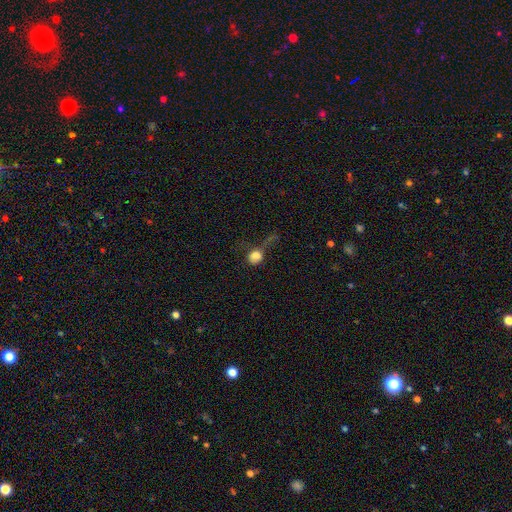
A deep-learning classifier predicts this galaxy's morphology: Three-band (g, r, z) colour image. It shows a smooth galaxy with no disk features (76%) that is round (69%). Merging: major disturbance (45%).